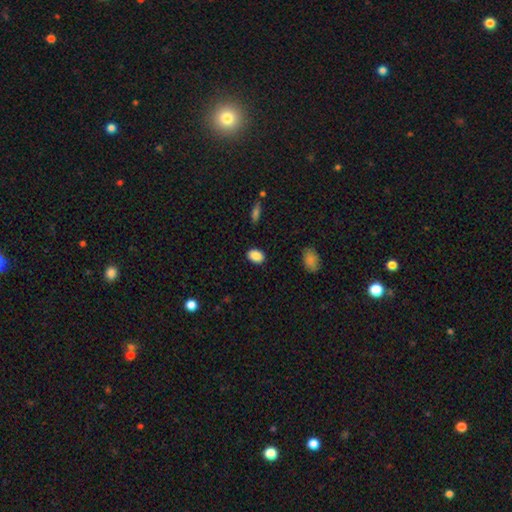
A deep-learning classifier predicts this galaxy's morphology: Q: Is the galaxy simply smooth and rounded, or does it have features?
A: smooth — 89%.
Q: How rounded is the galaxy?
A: in between — 79%.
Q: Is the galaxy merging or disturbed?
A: none — 88%.